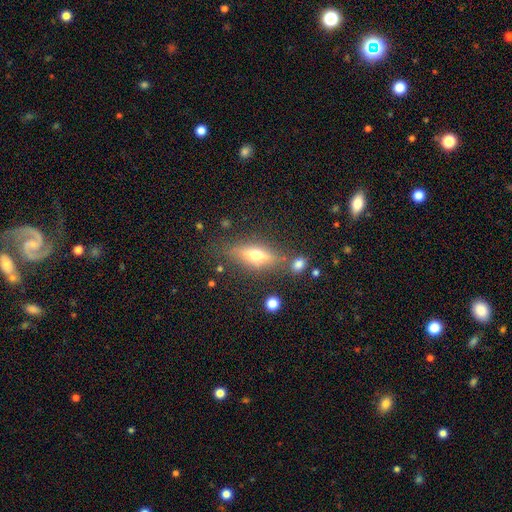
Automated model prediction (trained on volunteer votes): The model was most divided on "smooth or featured" (2-way tie): smooth: 45%, featured or disk: 45%, star or artifact: 10%. More confident: merging — none (74%).